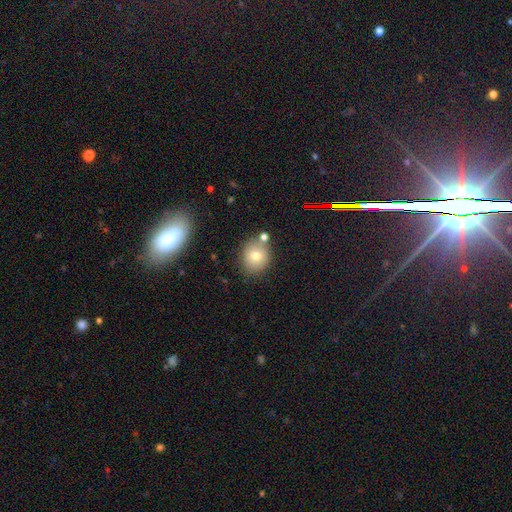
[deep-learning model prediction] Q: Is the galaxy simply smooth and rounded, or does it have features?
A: smooth — 74%.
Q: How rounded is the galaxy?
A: round — 77%.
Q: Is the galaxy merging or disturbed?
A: none — 72%.